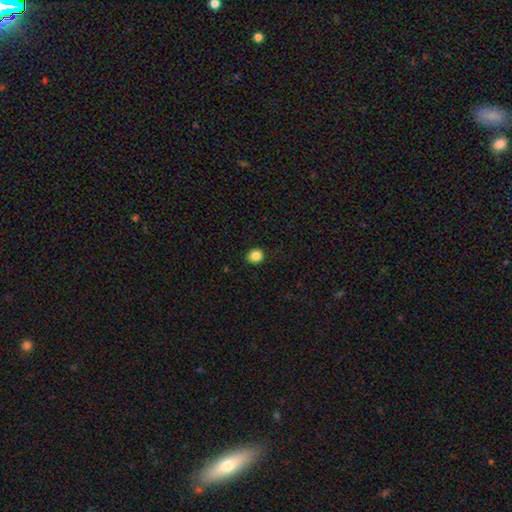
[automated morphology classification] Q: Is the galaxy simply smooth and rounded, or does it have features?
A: smooth — 86%.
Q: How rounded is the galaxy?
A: round — 86%.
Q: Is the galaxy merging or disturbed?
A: none — 90%.